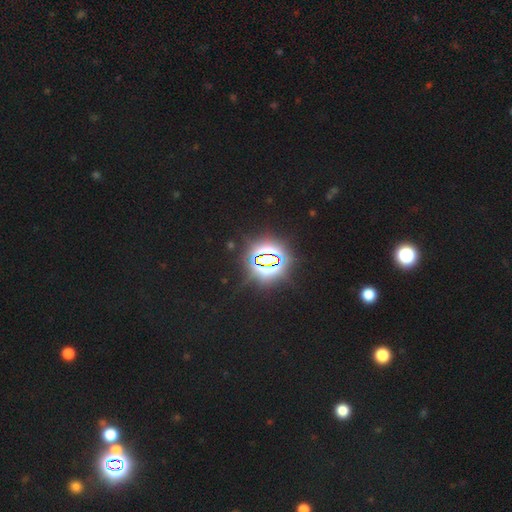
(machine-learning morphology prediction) Overall: star or artifact (81%).